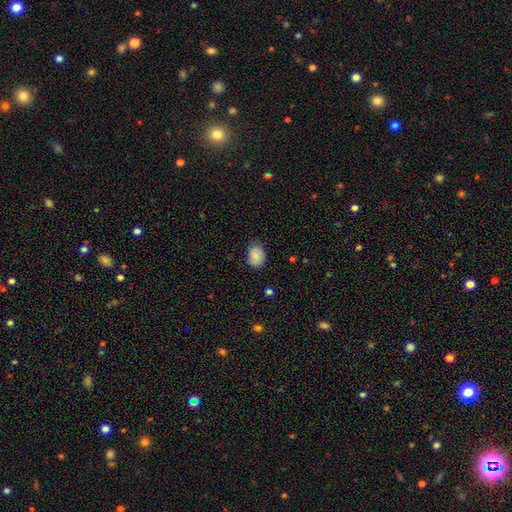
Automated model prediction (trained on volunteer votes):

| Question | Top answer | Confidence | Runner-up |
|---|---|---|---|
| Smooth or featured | smooth | 85% | star or artifact (7%) |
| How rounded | in between | 69% | round (30%) |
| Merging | none | 74% | minor disturbance (22%) |